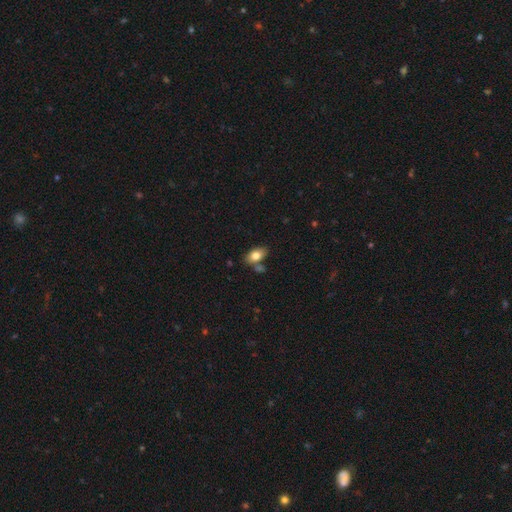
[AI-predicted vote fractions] smooth 79%, featured or disk 13%, star or artifact 8%. Down the decision tree: how rounded — in between (90%); merging — none (69%).